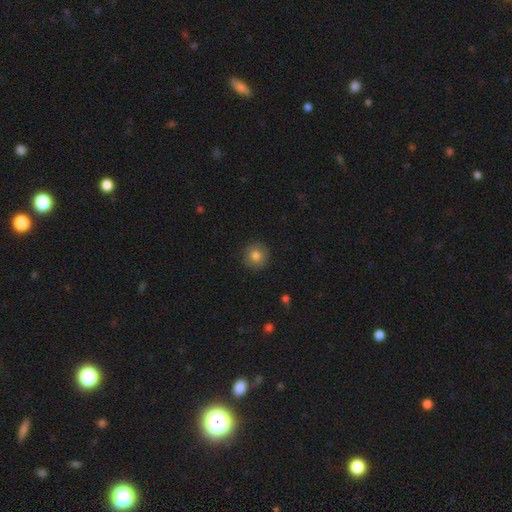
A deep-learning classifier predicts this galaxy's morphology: Smooth or featured? Predicted: smooth (p=0.78). How rounded? Predicted: round (p=0.95). Merging? Predicted: none (p=0.91).